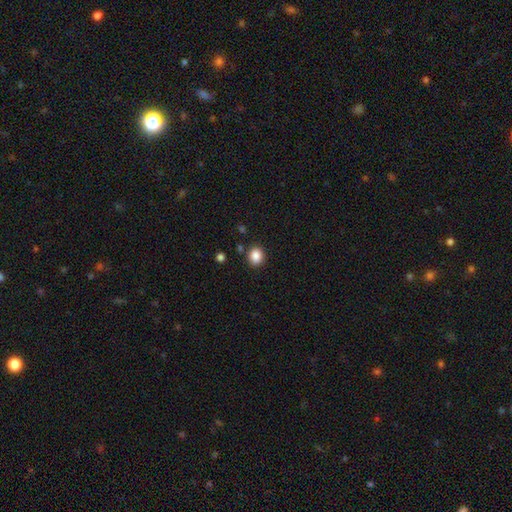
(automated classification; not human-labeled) Overall: smooth (86%). How rounded: round (67%; in between 33%). Merging: none (87%).